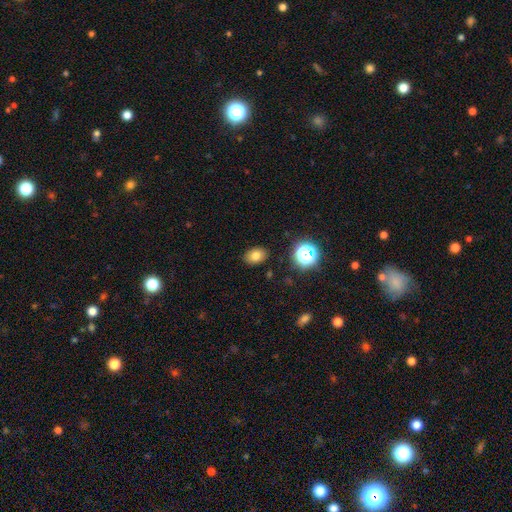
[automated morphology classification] Overall: smooth (77%). How rounded: in between (69%; round 30%). Merging: none (87%).